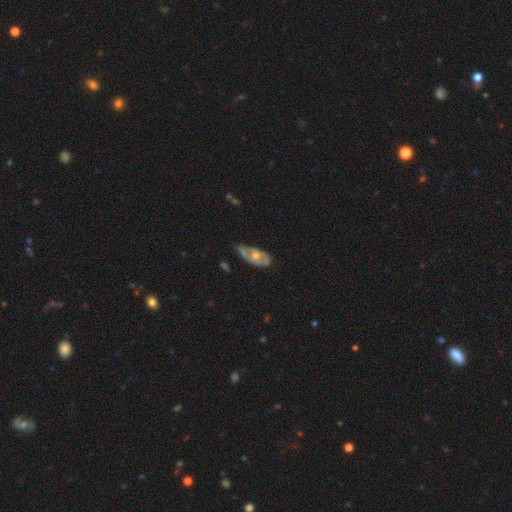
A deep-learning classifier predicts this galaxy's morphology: Smooth or featured: featured or disk — 65% (smooth — 27%)
Edge-on disk: no — 87% (yes — 13%)
Bar: no — 79% (weak — 17%)
Spiral arms: yes — 60% (no — 40%)
Bulge size: moderate — 63% (small — 31%)
Merging: none — 58% (minor disturbance — 30%)